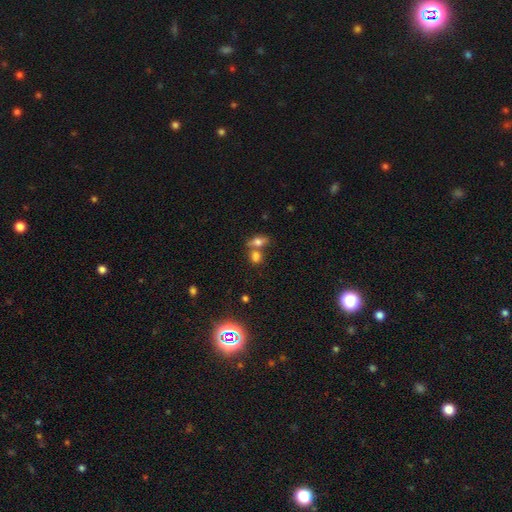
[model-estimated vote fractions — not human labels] The model was most divided on "merging" (2-way tie): none: 43%, merger: 43%, minor disturbance: 10%, major disturbance: 4%. More confident: smooth or featured — smooth (72%); how rounded — in between (61%).